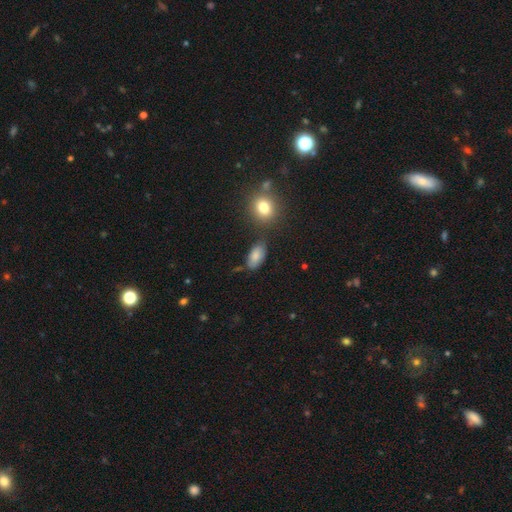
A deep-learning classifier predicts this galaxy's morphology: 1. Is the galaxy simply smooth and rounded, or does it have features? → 81% smooth, 10% featured or disk, 9% star or artifact.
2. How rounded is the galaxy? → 91% in between, 5% round, 4% cigar-shaped.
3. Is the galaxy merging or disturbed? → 69% none, 20% minor disturbance, 6% merger, 5% major disturbance.